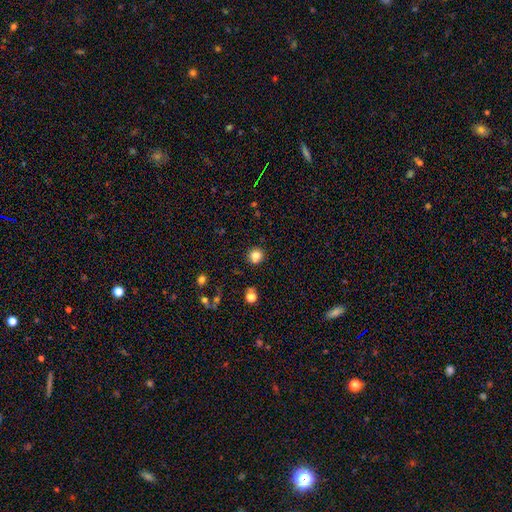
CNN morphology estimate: smooth-or-featured: smooth: 80% | star or artifact: 13% | featured or disk: 7%
  how-rounded: round: 89% | in between: 10% | cigar-shaped: 1%
  merging: none: 82% | minor disturbance: 10% | merger: 6% | major disturbance: 3%